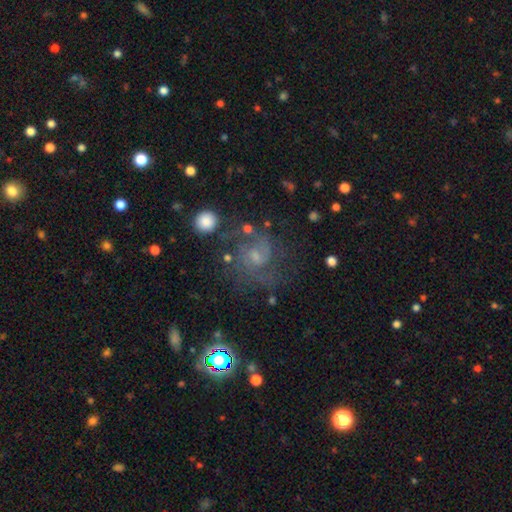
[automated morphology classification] featured or disk 70%, smooth 16%, star or artifact 14%. Down the decision tree: edge-on disk — no (98%); bar — weak (47%); spiral arms — yes (91%); spiral arm count — 2 (59%); spiral winding — medium (51%); bulge size — small (49%); merging — none (59%).